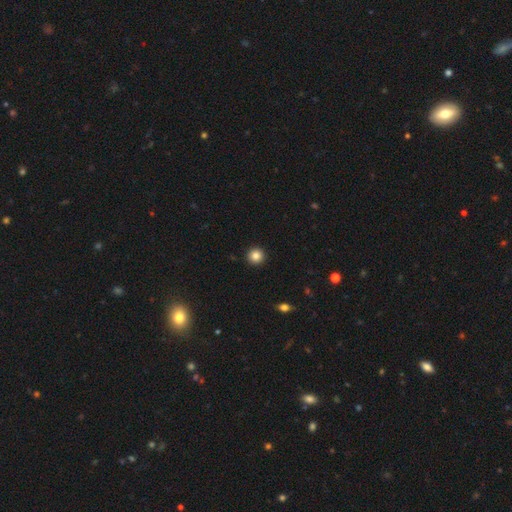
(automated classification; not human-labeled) A smooth galaxy with no disk features (84%) that is round (95%). Merging: none (93%).